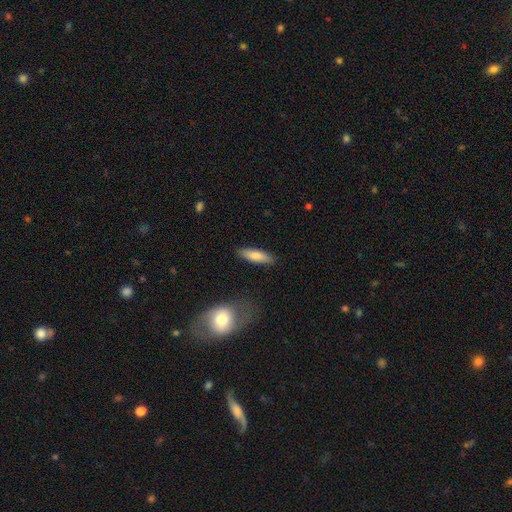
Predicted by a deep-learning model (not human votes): Overall: smooth (76%). How rounded: cigar-shaped (54%; in between 44%). Merging: none (85%).